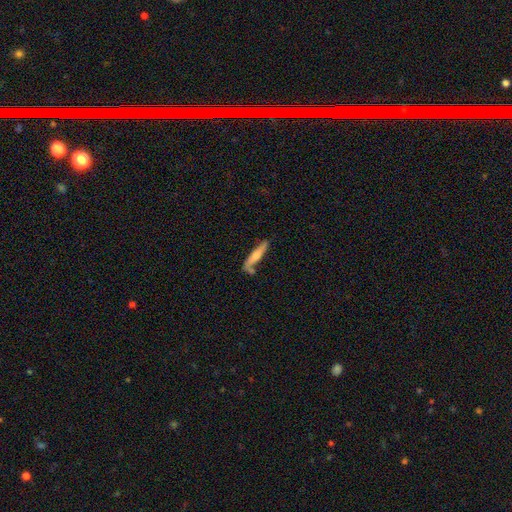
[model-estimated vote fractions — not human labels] The model was most divided on "smooth or featured": smooth: 60%, featured or disk: 34%, star or artifact: 6%. More confident: how rounded — cigar-shaped (86%); merging — none (62%).